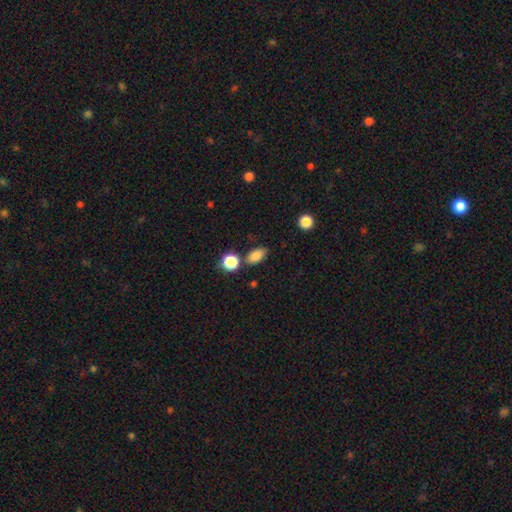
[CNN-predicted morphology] smooth 84%, star or artifact 10%, featured or disk 5%. Down the decision tree: how rounded — in between (85%); merging — none (74%).